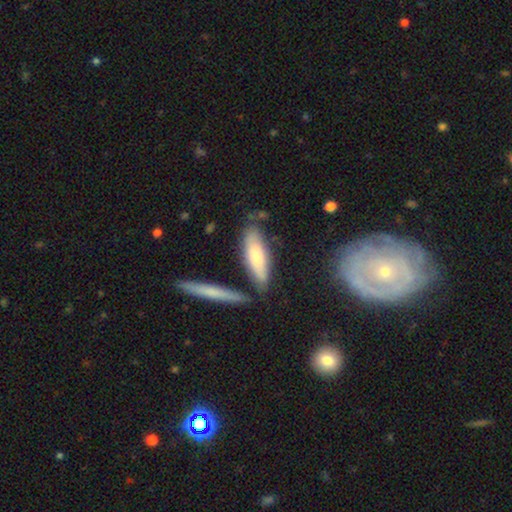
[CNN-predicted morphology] The model was most divided on "how rounded": cigar-shaped: 51%, in between: 47%, round: 2%. More confident: smooth or featured — smooth (69%); merging — none (69%).